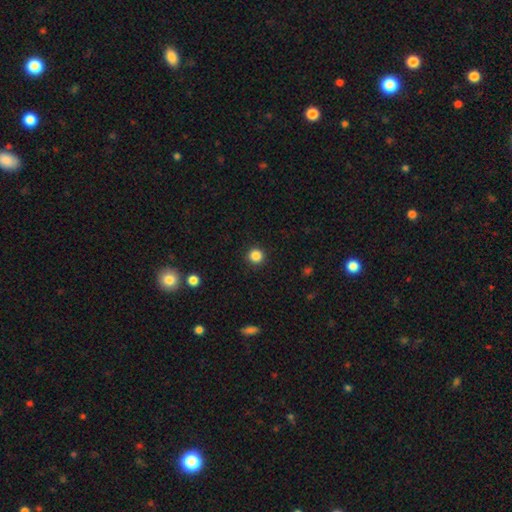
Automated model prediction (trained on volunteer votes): smooth_or_featured: smooth (p=0.85) [alt: star or artifact p=0.11]
how_rounded: round (p=0.95) [alt: in between p=0.04]
merging: none (p=0.92) [alt: minor disturbance p=0.05]